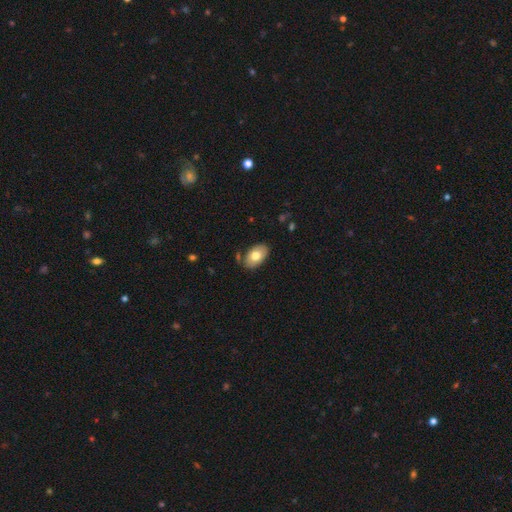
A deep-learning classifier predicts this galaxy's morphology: Smooth or featured?
  - smooth: 73% *
  - featured or disk: 20%
  - star or artifact: 7%
How rounded?
  - in between: 91% *
  - round: 8%
  - cigar-shaped: 1%
Merging?
  - none: 81% *
  - minor disturbance: 13%
  - merger: 4%
  - major disturbance: 3%